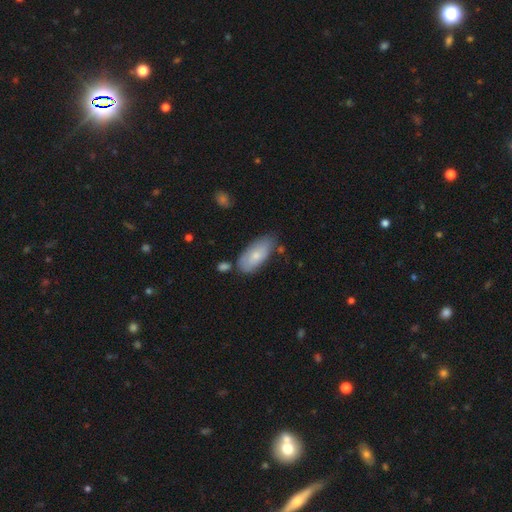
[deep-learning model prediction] Smooth or featured? Predicted: smooth (p=0.75). How rounded? Predicted: in between (p=0.90). Merging? Predicted: none (p=0.64).